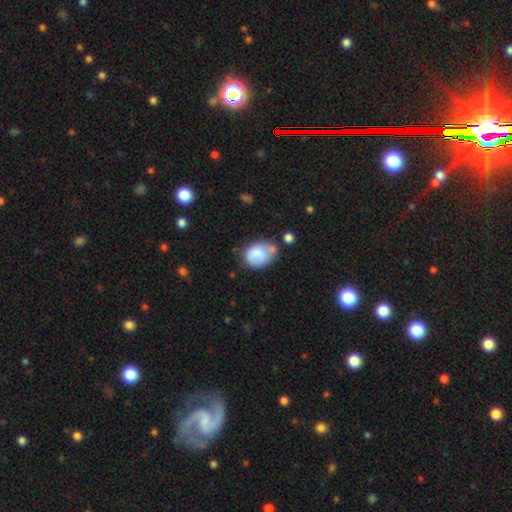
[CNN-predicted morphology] This is likely a smooth galaxy (76%). How rounded: likely in between (63%). Merging: marginally none (41%).